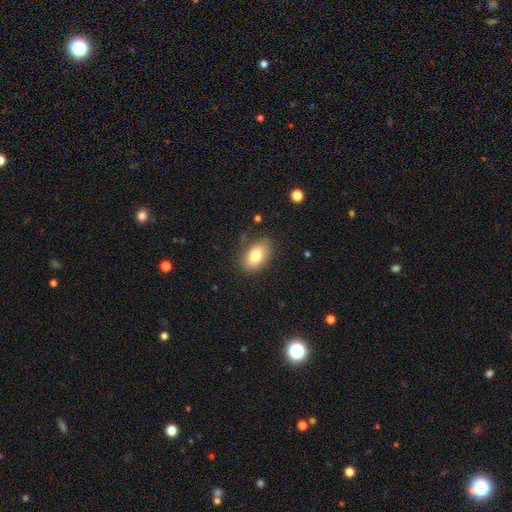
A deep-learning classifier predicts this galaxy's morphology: Smooth or featured? smooth (80%)
How rounded? in between (87%)
Merging? none (81%)